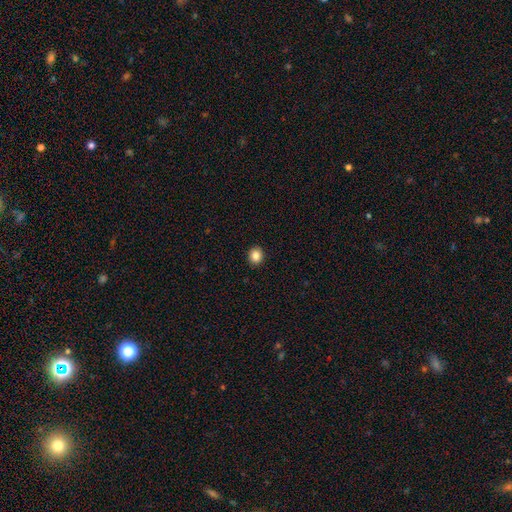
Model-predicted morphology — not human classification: Smooth or featured: smooth — 85% (star or artifact — 10%)
How rounded: round — 79% (in between — 21%)
Merging: none — 92% (minor disturbance — 5%)